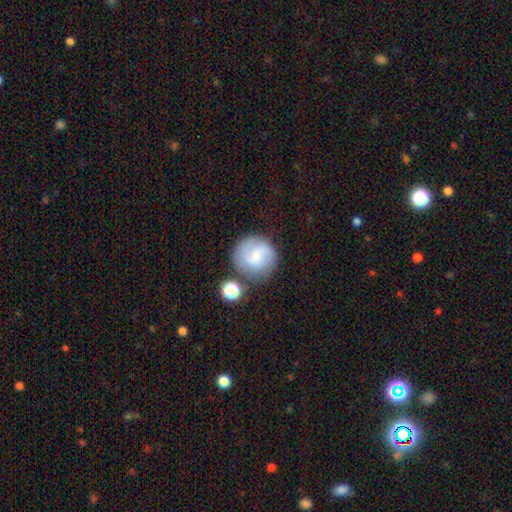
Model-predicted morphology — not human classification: Smooth or featured? featured or disk (47%)
Merging? none (70%)